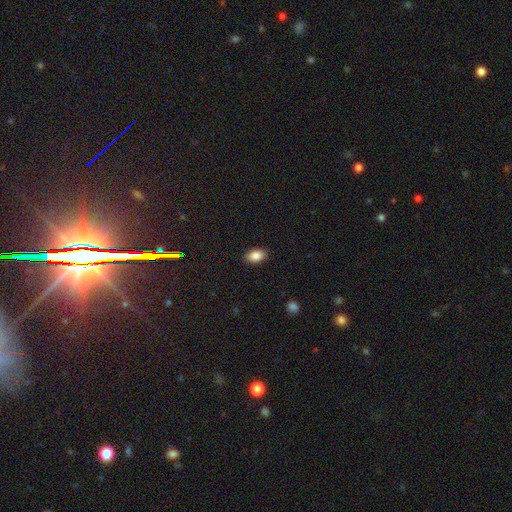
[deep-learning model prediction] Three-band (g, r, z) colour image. It shows a smooth galaxy with no disk features (88%) that is in between round and cigar-shaped (89%). Merging: none (88%).